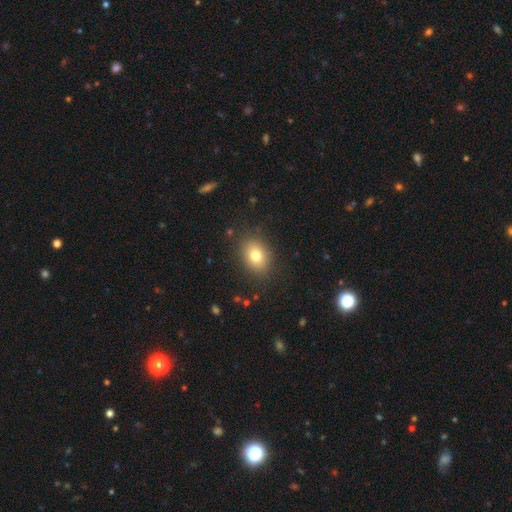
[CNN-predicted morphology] This is likely a smooth galaxy (79%). How rounded: likely in between (65%). Merging: clearly none (86%).